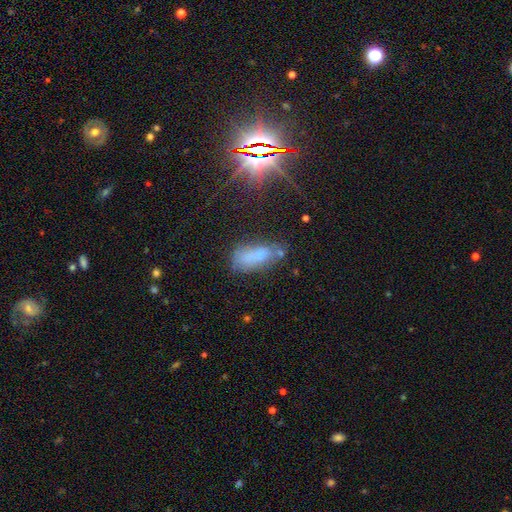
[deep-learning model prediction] smooth_or_featured: smooth (p=0.52) [alt: featured or disk p=0.24]
how_rounded: in between (p=0.79) [alt: cigar-shaped p=0.16]
merging: none (p=0.51) [alt: minor disturbance p=0.26]